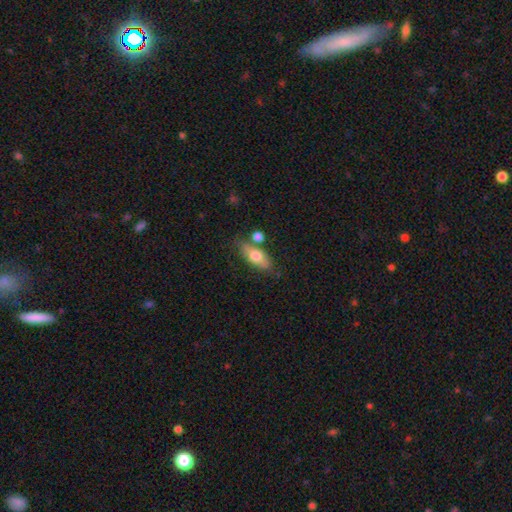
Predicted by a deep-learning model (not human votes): Morphology: type=smooth (67%); roundness=in between (73%); merging=none (64%).